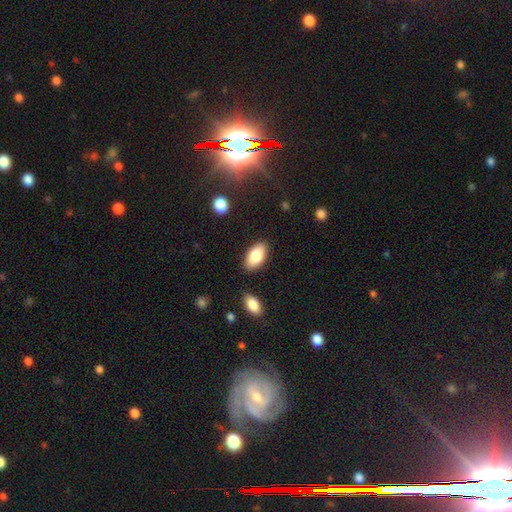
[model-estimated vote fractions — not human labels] A smooth galaxy with no disk features (83%) that is in between round and cigar-shaped (94%).

Vote fractions:
- Smooth or featured? smooth: 83% / featured or disk: 11% / star or artifact: 6%
- How rounded? in between: 94% / cigar-shaped: 4% / round: 3%
- Merging? none: 85% / minor disturbance: 10% / merger: 3% / major disturbance: 2%